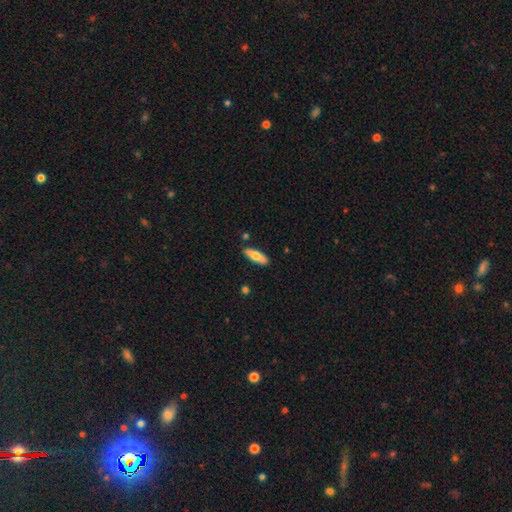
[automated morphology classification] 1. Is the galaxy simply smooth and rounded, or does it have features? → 72% smooth, 22% featured or disk, 6% star or artifact.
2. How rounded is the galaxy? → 56% in between, 42% cigar-shaped, 2% round.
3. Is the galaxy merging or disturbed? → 85% none, 10% minor disturbance, 3% merger, 2% major disturbance.